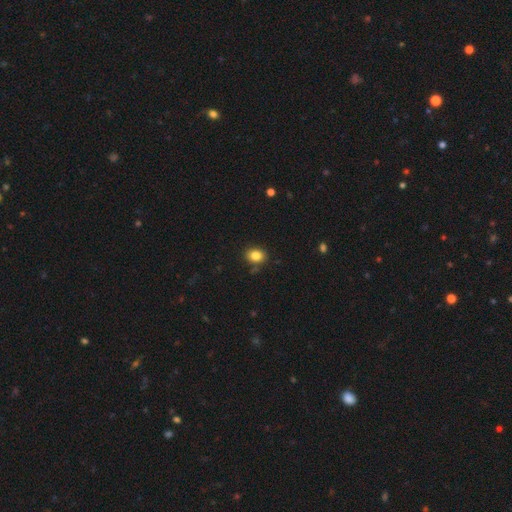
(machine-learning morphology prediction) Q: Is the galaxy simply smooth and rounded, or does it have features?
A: smooth — 84%.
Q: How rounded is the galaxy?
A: in between — 55%.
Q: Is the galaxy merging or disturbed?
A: none — 84%.